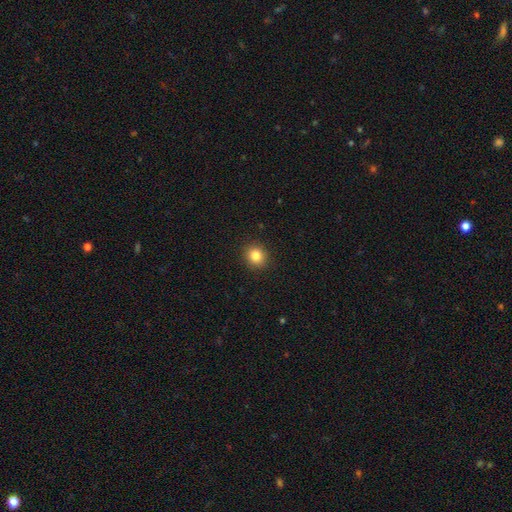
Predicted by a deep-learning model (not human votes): smooth_or_featured: smooth (p=0.84) [alt: star or artifact p=0.11]
how_rounded: round (p=0.85) [alt: in between p=0.14]
merging: none (p=0.91) [alt: minor disturbance p=0.06]